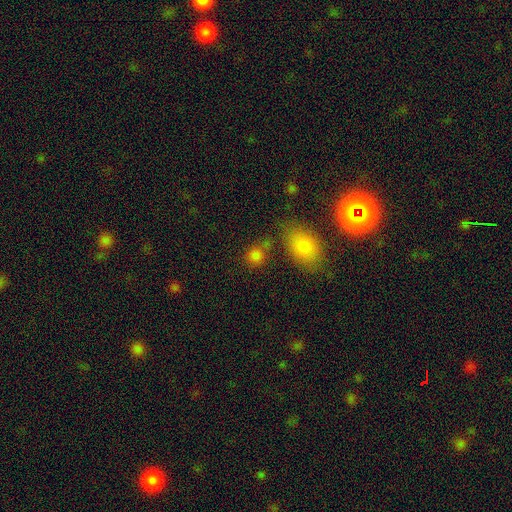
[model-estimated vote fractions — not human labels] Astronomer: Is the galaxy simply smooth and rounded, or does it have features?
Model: smooth — 79%.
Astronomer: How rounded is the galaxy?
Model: round — 72%.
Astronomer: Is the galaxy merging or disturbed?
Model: none — 62%.